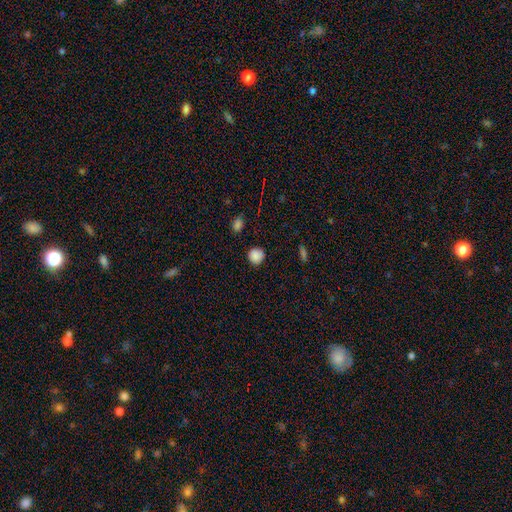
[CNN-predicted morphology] Smooth or featured? smooth (86%)
How rounded? round (91%)
Merging? none (86%)